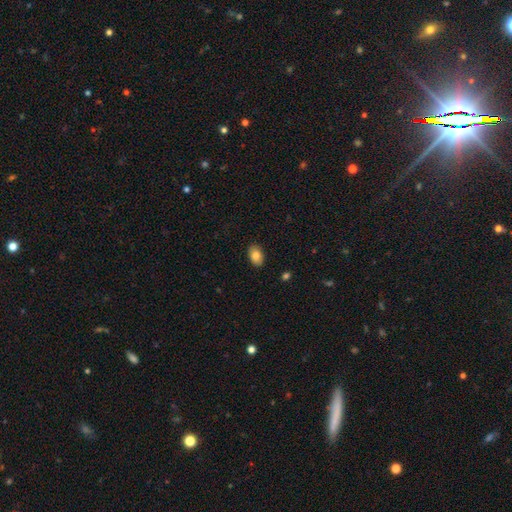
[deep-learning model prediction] smooth 82%, featured or disk 10%, star or artifact 7%. Down the decision tree: how rounded — in between (88%); merging — none (89%).